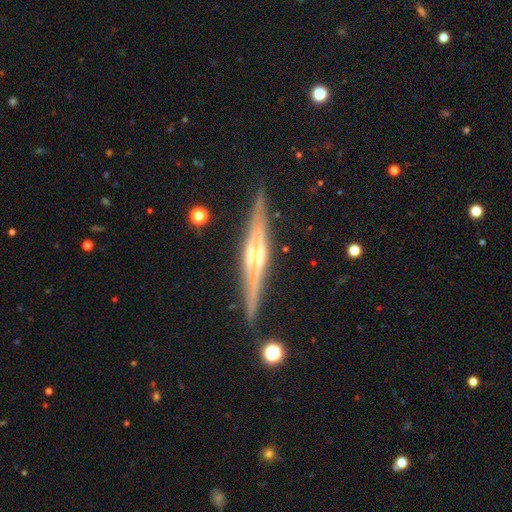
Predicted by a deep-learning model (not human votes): A featured or disk galaxy (84%) viewed edge-on (97%) with a rounded central bulge (62%). Merging: none (88%).